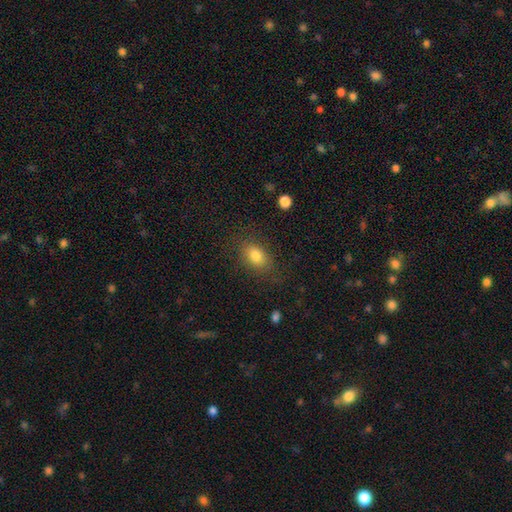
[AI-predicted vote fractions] This appears to be a smooth galaxy with no disk features (80%) that is in between round and cigar-shaped (78%). Merging: none (80%).